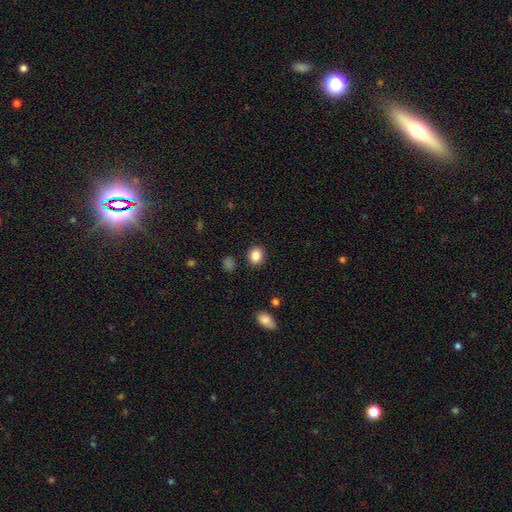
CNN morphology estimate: A smooth galaxy with no disk features (87%) that is round (74%).

Vote fractions:
- Smooth or featured? smooth: 87% / star or artifact: 10% / featured or disk: 4%
- How rounded? round: 74% / in between: 25% / cigar-shaped: 1%
- Merging? none: 89% / minor disturbance: 7% / major disturbance: 2% / merger: 2%